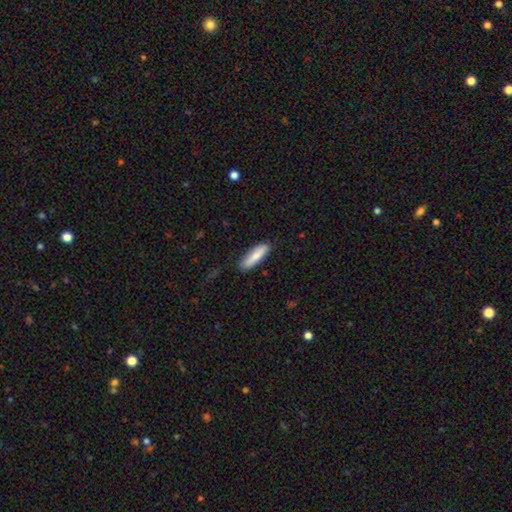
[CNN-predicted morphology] type=smooth (79%); roundness=cigar-shaped (62%); merging=none (87%).